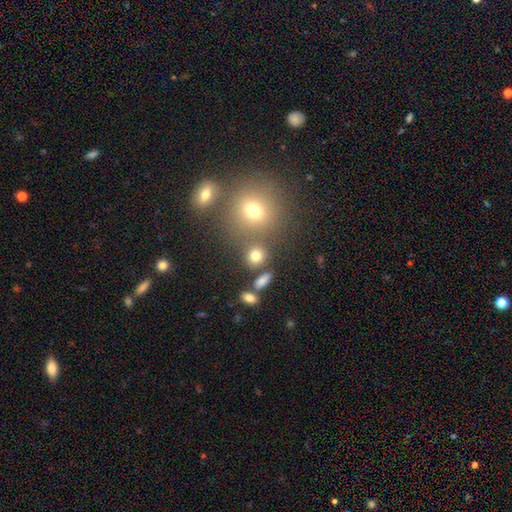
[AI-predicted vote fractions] Smooth or featured? smooth (77%)
How rounded? round (73%)
Merging? none (69%)